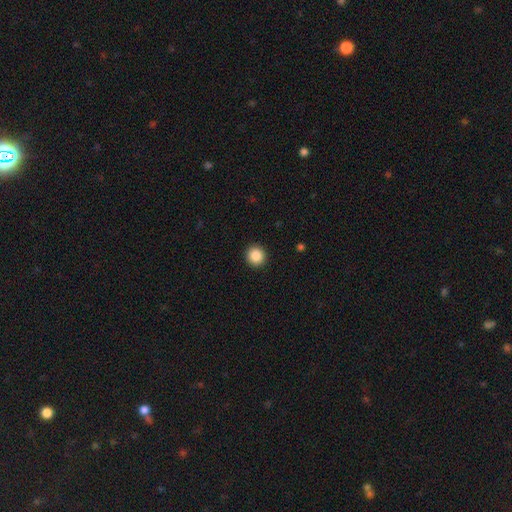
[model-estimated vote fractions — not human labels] Overall: smooth (87%). How rounded: round (94%). Merging: none (93%).